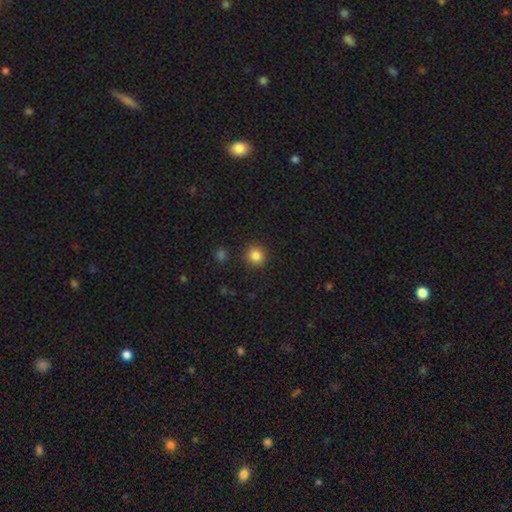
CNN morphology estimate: Overall: smooth (85%). How rounded: round (92%). Merging: none (90%).